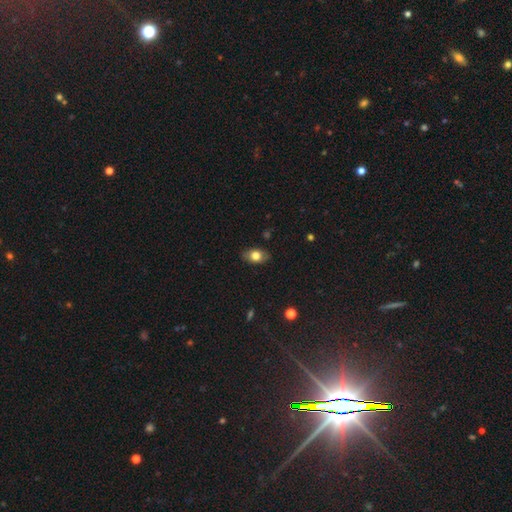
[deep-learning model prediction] smooth 75%, featured or disk 16%, star or artifact 8%. Down the decision tree: how rounded — in between (85%); merging — none (84%).